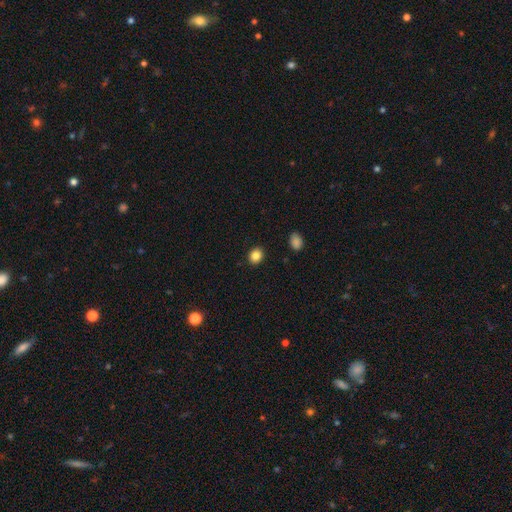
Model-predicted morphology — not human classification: Q: Smooth or featured?
A: smooth (85%); runner-up: star or artifact (10%)
Q: How rounded?
A: round (62%); runner-up: in between (37%)
Q: Merging?
A: none (90%); runner-up: minor disturbance (6%)